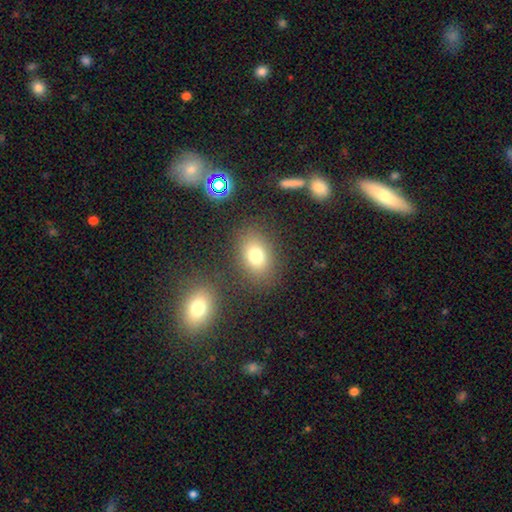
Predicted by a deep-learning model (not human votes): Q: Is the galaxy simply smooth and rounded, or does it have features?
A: smooth — 76%.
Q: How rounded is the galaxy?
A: in between — 66%.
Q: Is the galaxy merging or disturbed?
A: none — 82%.